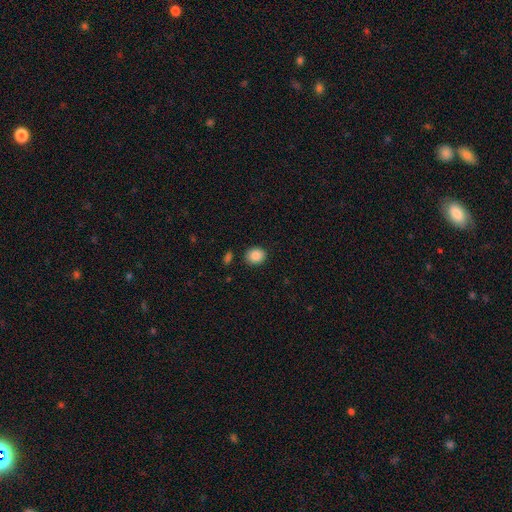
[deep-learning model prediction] smooth-or-featured: smooth: 88% | star or artifact: 9% | featured or disk: 4%
  how-rounded: round: 69% | in between: 30% | cigar-shaped: 1%
  merging: none: 87% | minor disturbance: 8% | merger: 3% | major disturbance: 3%